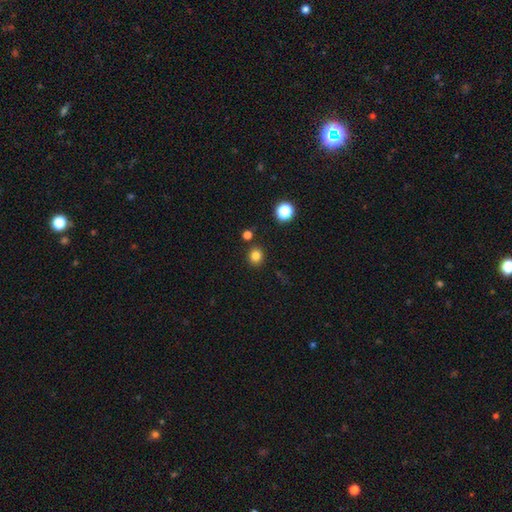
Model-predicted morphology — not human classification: Smooth or featured? smooth (82%)
How rounded? round (86%)
Merging? none (87%)